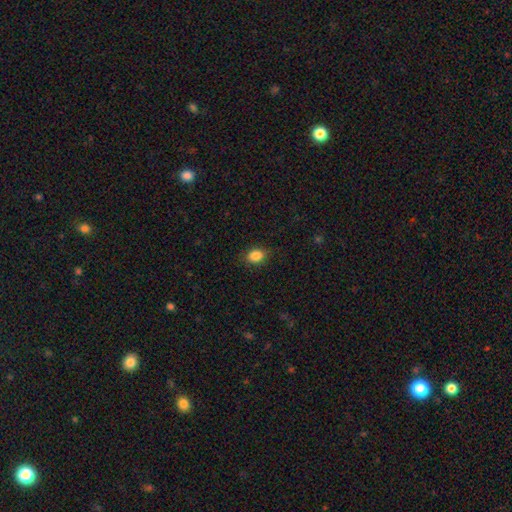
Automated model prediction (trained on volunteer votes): smooth 87%, star or artifact 9%, featured or disk 4%. Down the decision tree: how rounded — in between (65%); merging — none (85%).